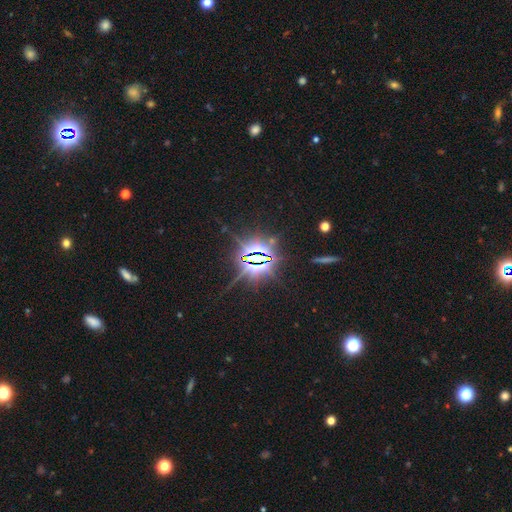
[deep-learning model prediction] smooth-or-featured: star or artifact: 84% | featured or disk: 9% | smooth: 7%